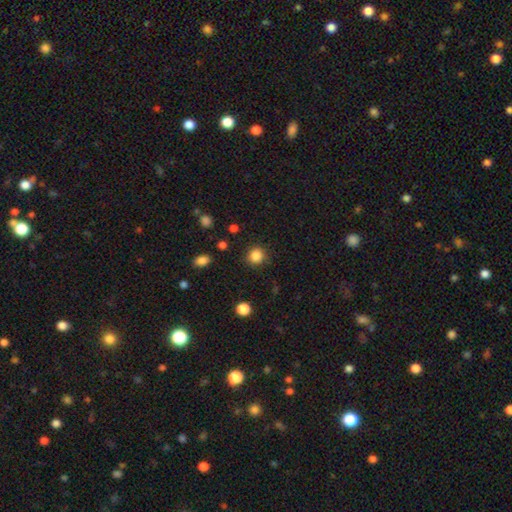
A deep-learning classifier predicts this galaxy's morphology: smooth 85%, star or artifact 11%, featured or disk 4%. Down the decision tree: how rounded — round (90%); merging — none (88%).